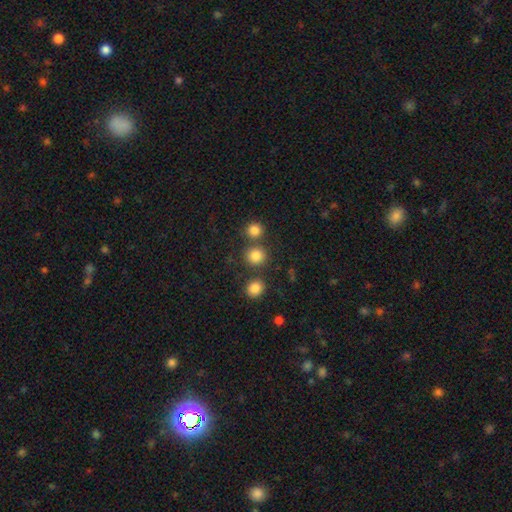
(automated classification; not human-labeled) A smooth galaxy with no disk features (81%) that is round (89%).

Vote fractions:
- Smooth or featured? smooth: 81% / star or artifact: 13% / featured or disk: 5%
- How rounded? round: 89% / in between: 10% / cigar-shaped: 1%
- Merging? none: 73% / merger: 17% / minor disturbance: 7% / major disturbance: 3%